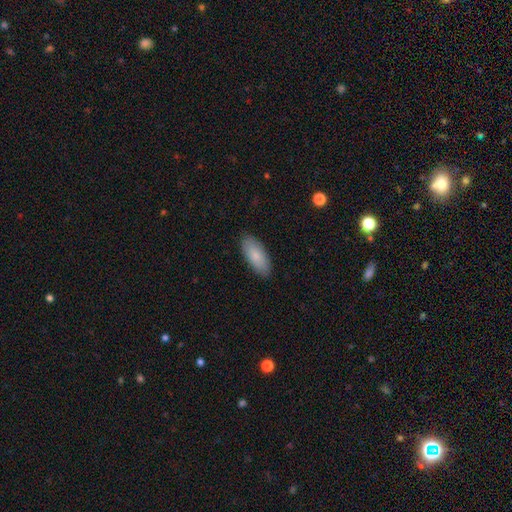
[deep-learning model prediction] smooth 83%, featured or disk 11%, star or artifact 6%. Down the decision tree: how rounded — in between (85%); merging — none (88%).